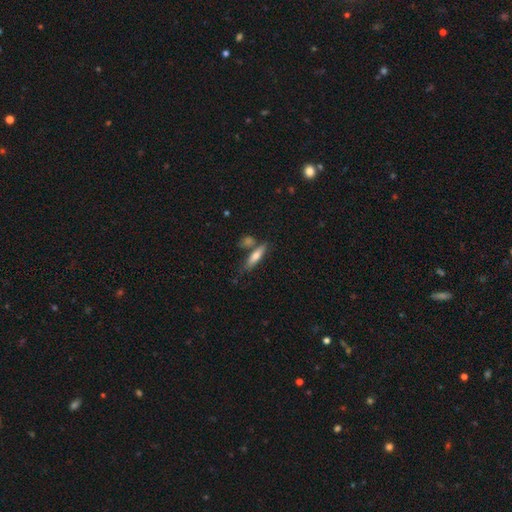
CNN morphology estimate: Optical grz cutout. It shows a smooth galaxy with no disk features (69%) that is cigar-shaped (66%). Merging: none (65%).